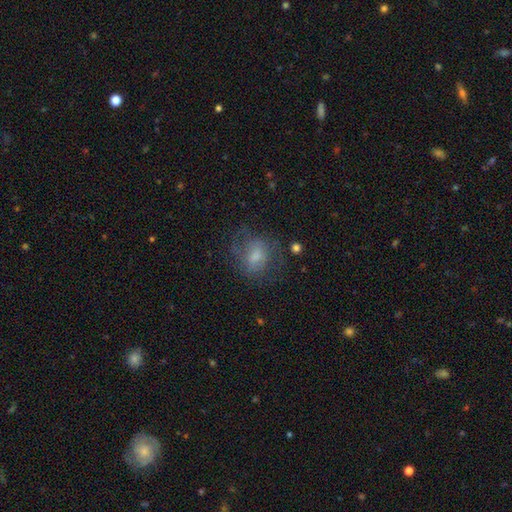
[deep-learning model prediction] Q: Smooth or featured?
A: smooth (56%); runner-up: featured or disk (32%)
Q: How rounded?
A: round (54%); runner-up: in between (45%)
Q: Merging?
A: none (57%); runner-up: minor disturbance (21%)